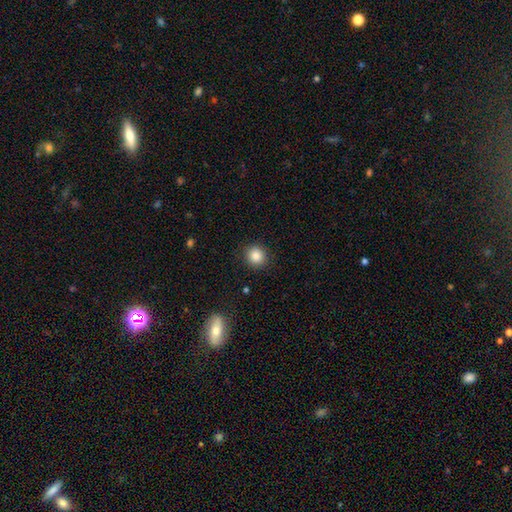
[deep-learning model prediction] A smooth galaxy with no disk features (86%) that is round (89%).

Vote fractions:
- Smooth or featured? smooth: 86% / star or artifact: 10% / featured or disk: 4%
- How rounded? round: 89% / in between: 10% / cigar-shaped: 1%
- Merging? none: 90% / minor disturbance: 7% / major disturbance: 2% / merger: 1%